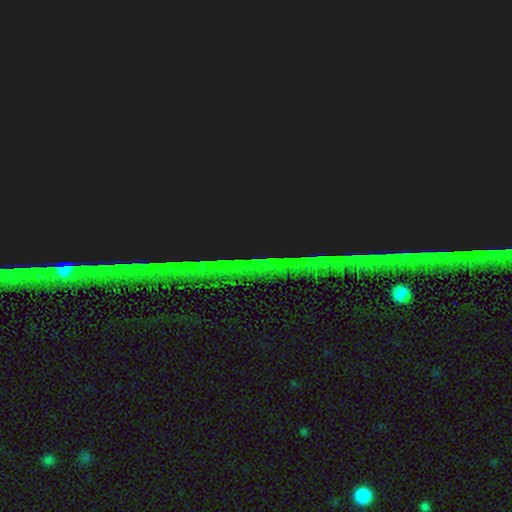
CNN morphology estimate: Smooth or featured? Predicted: star or artifact (p=0.84).